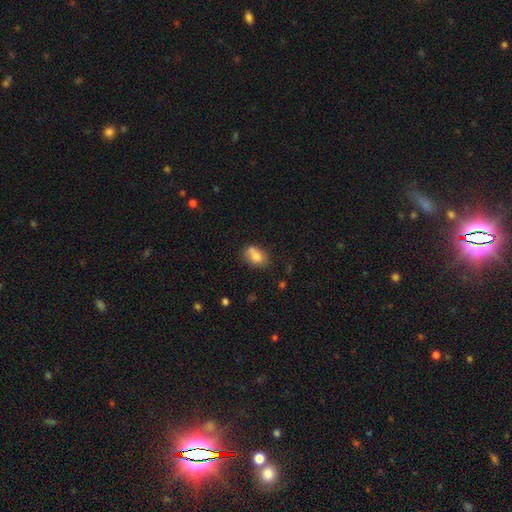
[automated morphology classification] A smooth galaxy with no disk features (76%) that is in between round and cigar-shaped (75%). Merging: none (52%).